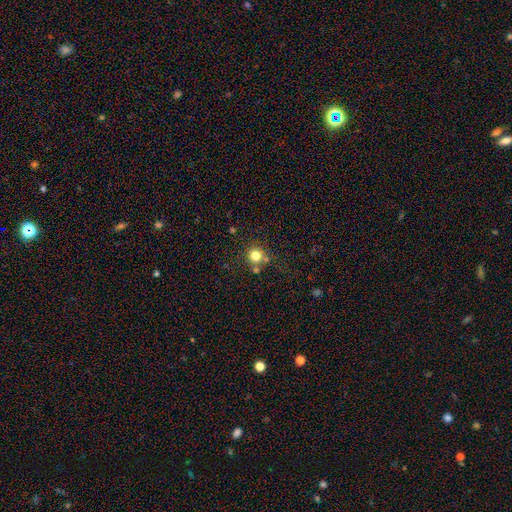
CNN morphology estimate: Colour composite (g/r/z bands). It shows a smooth galaxy with no disk features (77%) that is round (93%). Merging: none (73%).